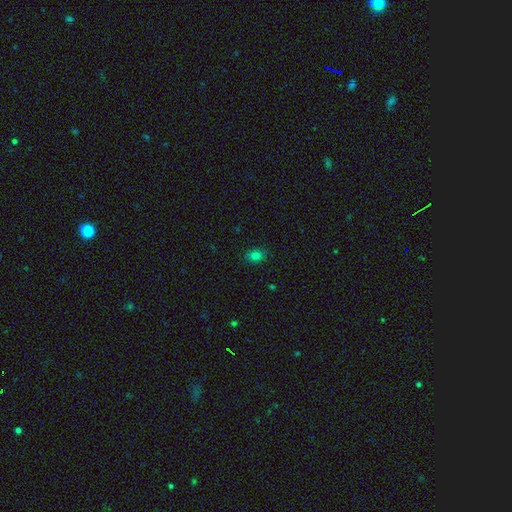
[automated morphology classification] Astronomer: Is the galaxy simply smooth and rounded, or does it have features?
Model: smooth — 79%.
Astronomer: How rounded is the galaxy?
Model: in between — 58% (runner-up: round, 41%).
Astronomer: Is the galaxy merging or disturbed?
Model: none — 87%.